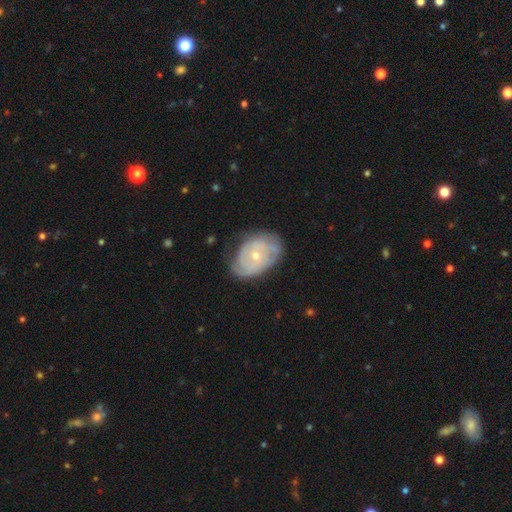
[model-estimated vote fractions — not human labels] smooth-or-featured: featured or disk: 71% | smooth: 23% | star or artifact: 6%
  disk-edge-on: no: 96% | yes: 4%
    bar: no: 78% | weak: 19% | strong: 3%
    has-spiral-arms: yes: 83% | no: 17%
      spiral-winding: tight: 60% | medium: 30% | loose: 11%
      spiral-arm-count: can't tell: 42% | 2: 30% | 3: 14% | 4: 5% | 1: 5% | more than 4: 4%
    bulge-size: small: 64% | moderate: 33% | none: 1% | large: 1% | dominant: 1%
  merging: none: 65% | minor disturbance: 26% | major disturbance: 8% | merger: 2%